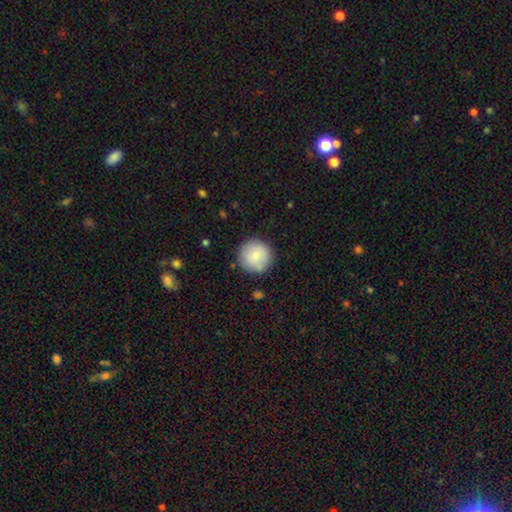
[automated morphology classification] Overall: smooth (84%). How rounded: round (96%). Merging: none (87%).